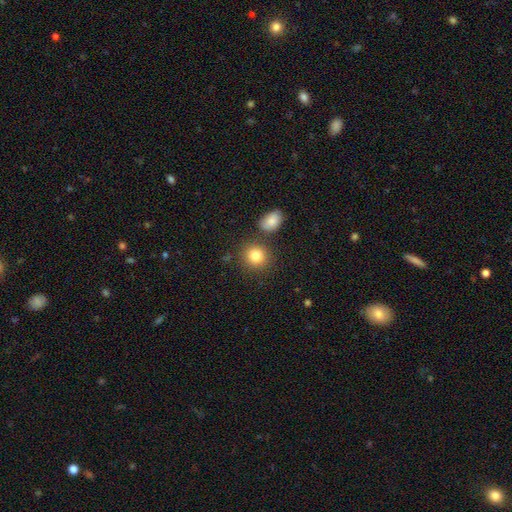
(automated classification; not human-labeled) smooth-or-featured: smooth: 83% | star or artifact: 10% | featured or disk: 7%
  how-rounded: round: 85% | in between: 14% | cigar-shaped: 1%
  merging: none: 79% | merger: 9% | minor disturbance: 9% | major disturbance: 3%